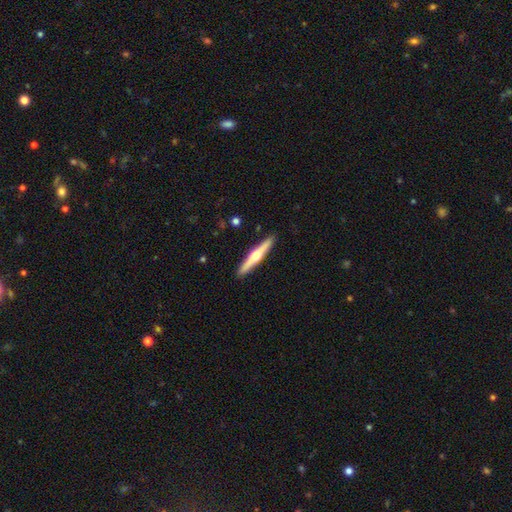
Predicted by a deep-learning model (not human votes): Smooth or featured: featured or disk — 62% (smooth — 34%)
Edge-on disk: yes — 98% (no — 2%)
Edge-on bulge: rounded — 88% (none — 6%)
Merging: none — 91% (minor disturbance — 6%)